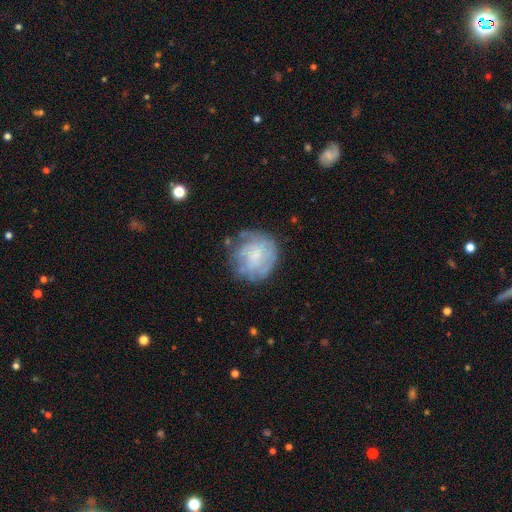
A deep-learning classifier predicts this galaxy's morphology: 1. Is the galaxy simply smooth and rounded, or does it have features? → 60% featured or disk, 32% smooth, 8% star or artifact.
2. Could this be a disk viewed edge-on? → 98% no, 2% yes.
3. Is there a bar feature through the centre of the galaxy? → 70% no, 26% weak, 4% strong.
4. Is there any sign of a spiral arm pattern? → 67% yes, 33% no.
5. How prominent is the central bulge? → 53% small, 22% moderate, 21% none, 3% large, 1% dominant.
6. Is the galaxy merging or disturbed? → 64% none, 22% minor disturbance, 12% major disturbance, 2% merger.